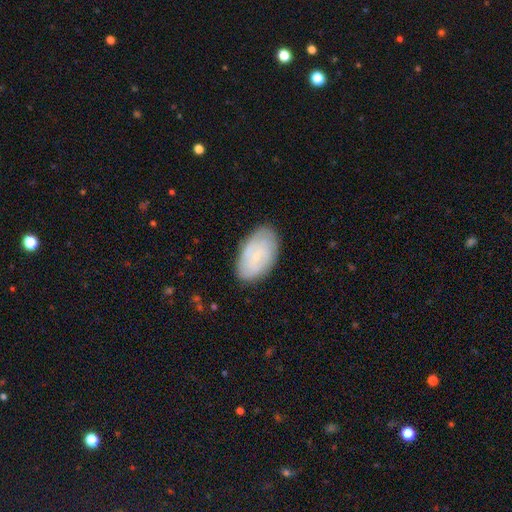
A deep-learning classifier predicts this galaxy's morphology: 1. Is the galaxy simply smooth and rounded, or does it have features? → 51% featured or disk, 42% smooth, 8% star or artifact.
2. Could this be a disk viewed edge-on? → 95% no, 5% yes.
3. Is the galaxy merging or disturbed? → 79% none, 16% minor disturbance, 4% major disturbance, 1% merger.